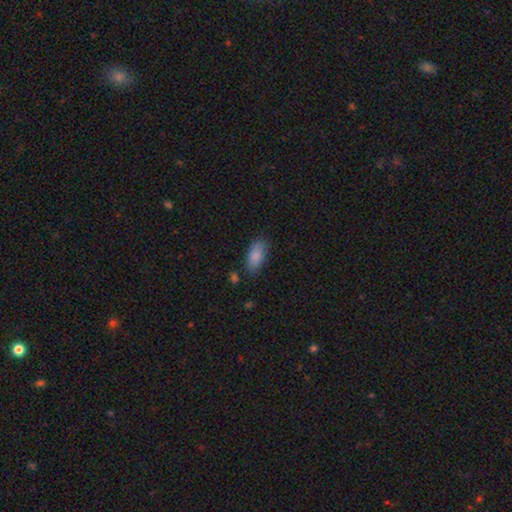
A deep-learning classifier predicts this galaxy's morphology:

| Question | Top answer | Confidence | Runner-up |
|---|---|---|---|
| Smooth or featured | smooth | 86% | star or artifact (7%) |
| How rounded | in between | 89% | cigar-shaped (8%) |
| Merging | none | 75% | minor disturbance (18%) |